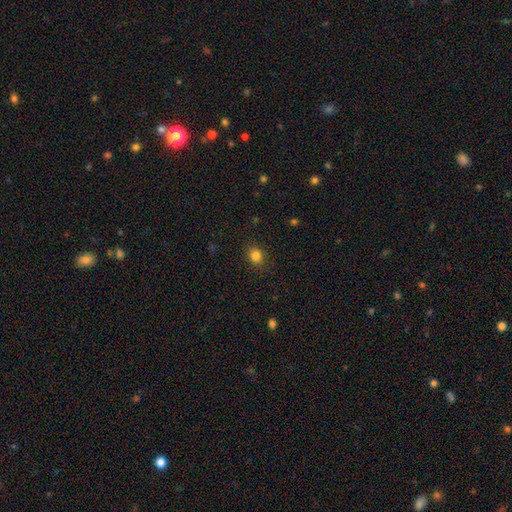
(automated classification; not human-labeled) Overall: smooth (83%). How rounded: round (65%; in between 34%). Merging: none (87%).